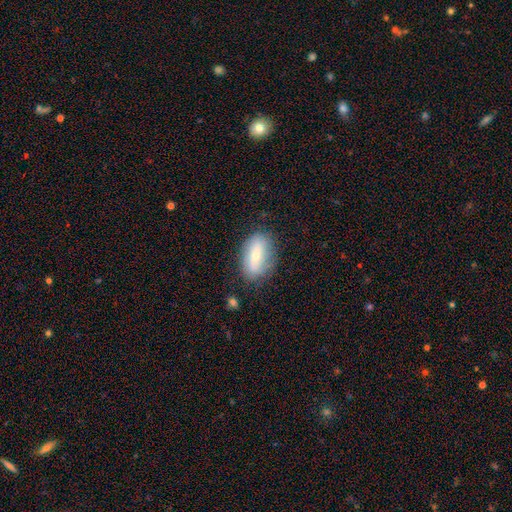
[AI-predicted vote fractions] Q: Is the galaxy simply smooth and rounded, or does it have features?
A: smooth — 55%.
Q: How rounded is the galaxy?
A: in between — 88%.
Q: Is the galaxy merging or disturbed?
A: none — 78%.